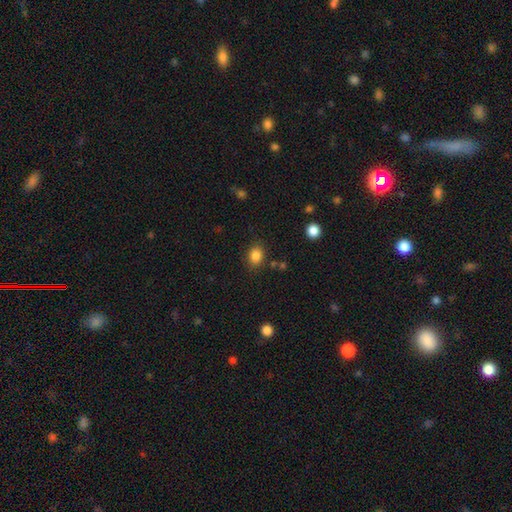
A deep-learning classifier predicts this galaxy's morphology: A smooth galaxy with no disk features (84%) that is in between round and cigar-shaped (50%). Merging: none (82%).